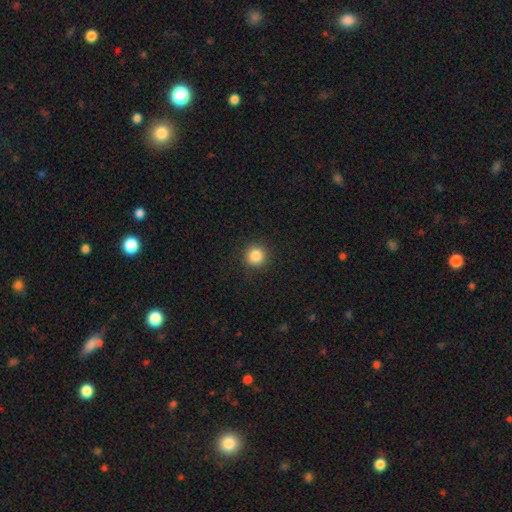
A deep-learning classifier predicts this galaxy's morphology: This is clearly a smooth galaxy (85%). How rounded: clearly round (94%). Merging: clearly none (91%).